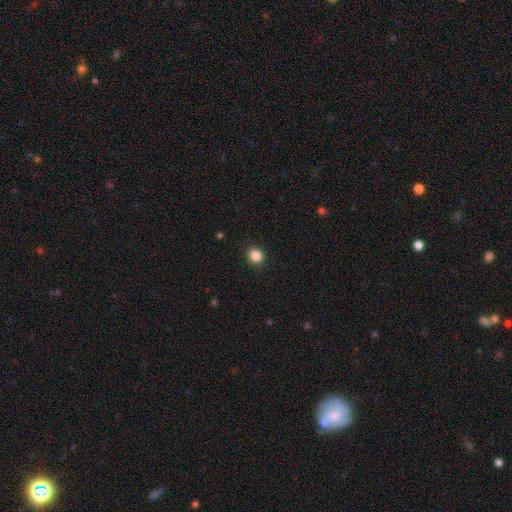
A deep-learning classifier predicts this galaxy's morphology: Smooth or featured? Predicted: smooth (p=0.86). How rounded? Predicted: round (p=0.85). Merging? Predicted: none (p=0.91).